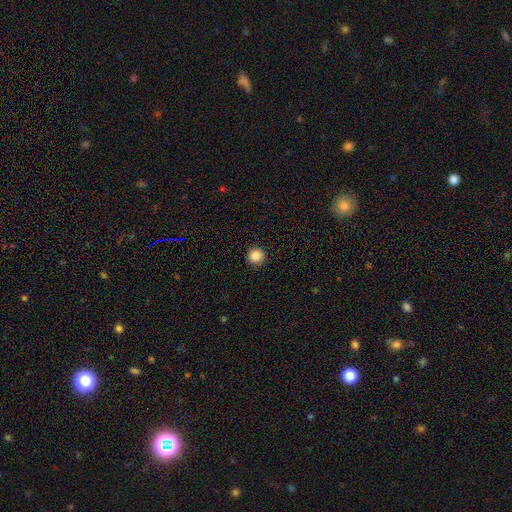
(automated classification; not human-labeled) Smooth or featured? Predicted: smooth (p=0.87). How rounded? Predicted: round (p=0.95). Merging? Predicted: none (p=0.92).